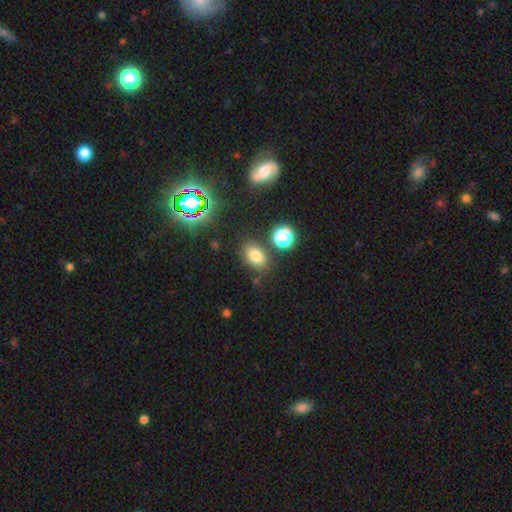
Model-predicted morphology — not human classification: This appears to be a smooth galaxy with no disk features (73%) that is in between round and cigar-shaped (78%). Merging: none (80%).